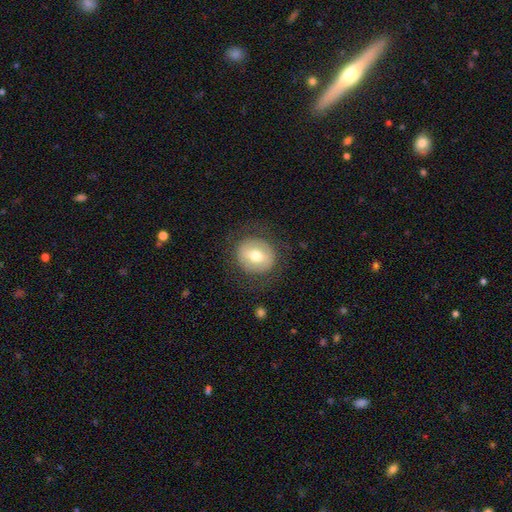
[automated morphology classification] A smooth galaxy with no disk features (58%) that is round (79%).

Vote fractions:
- Smooth or featured? smooth: 58% / featured or disk: 34% / star or artifact: 8%
- How rounded? round: 79% / in between: 20% / cigar-shaped: 1%
- Merging? none: 80% / minor disturbance: 11% / major disturbance: 7% / merger: 1%